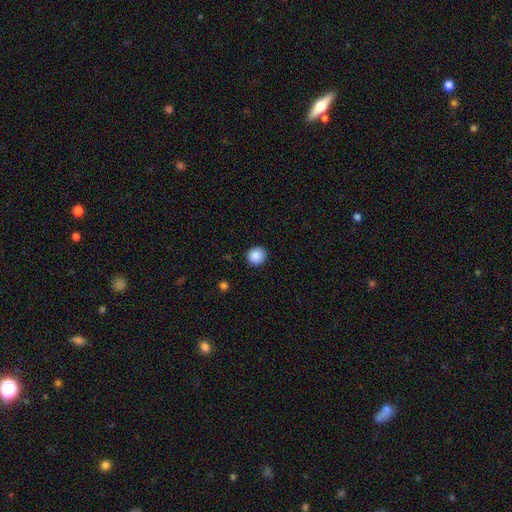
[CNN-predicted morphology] smooth_or_featured: smooth (p=0.88) [alt: star or artifact p=0.09]
how_rounded: round (p=0.87) [alt: in between p=0.12]
merging: none (p=0.90) [alt: minor disturbance p=0.07]